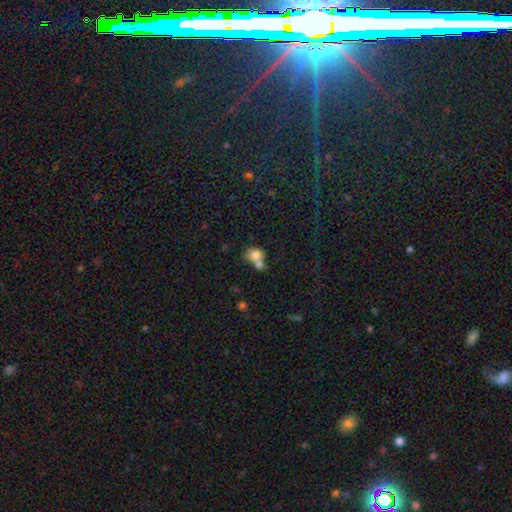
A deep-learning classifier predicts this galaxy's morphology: Overall: smooth (77%). How rounded: round (52%; in between 47%). Merging: merger (59%; none 27%).